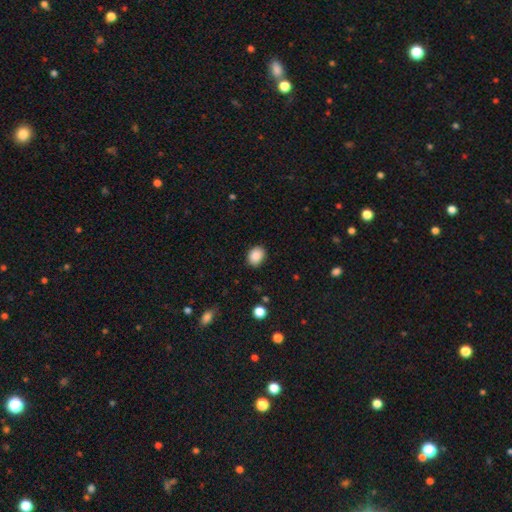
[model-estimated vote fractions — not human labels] smooth-or-featured: smooth: 89% | star or artifact: 8% | featured or disk: 3%
  how-rounded: in between: 62% | round: 37% | cigar-shaped: 1%
  merging: none: 87% | minor disturbance: 10% | major disturbance: 2% | merger: 1%